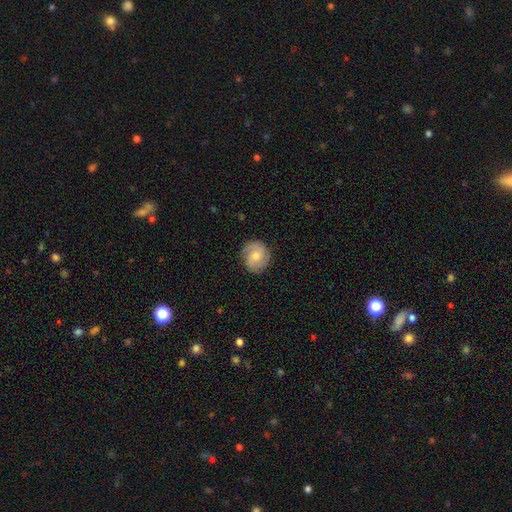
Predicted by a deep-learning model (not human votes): This is possibly a featured or disk galaxy (54%). It is clearly not viewed edge-on (97%). Bar: likely no (68%). Spiral arm pattern: clearly yes (91%). Central bulge: possibly moderate (51%). Merging: clearly none (81%).